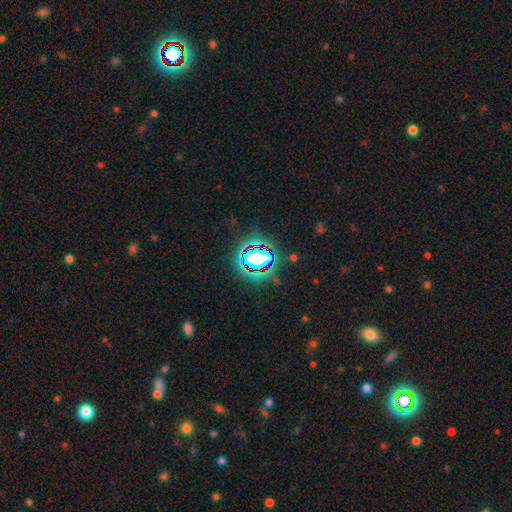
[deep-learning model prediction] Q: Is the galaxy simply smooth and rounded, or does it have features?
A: star or artifact — 69%.